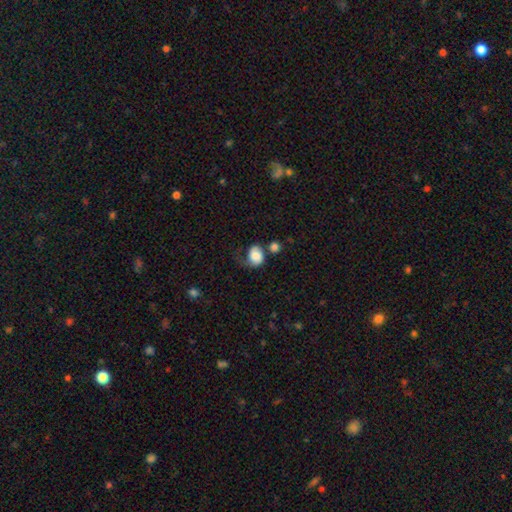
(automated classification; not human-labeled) A smooth galaxy with no disk features (71%) that is round (51%).

Vote fractions:
- Smooth or featured? smooth: 71% / featured or disk: 21% / star or artifact: 9%
- How rounded? round: 51% / in between: 48% / cigar-shaped: 1%
- Merging? major disturbance: 33% / none: 28% / minor disturbance: 25% / merger: 15%